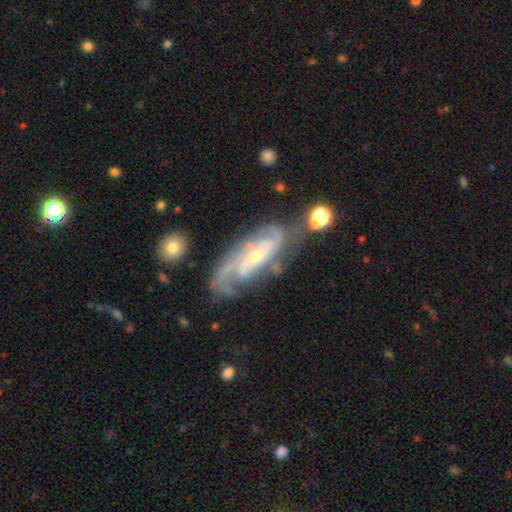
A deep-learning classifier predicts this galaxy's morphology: Overall: featured or disk (87%). Edge-on disk: no (91%). Bar: no (49%; weak 32%). Spiral arms: yes (96%). Spiral arm count: 2 (37%; can't tell 24%). Spiral winding: tight (45%; medium 41%). Bulge size: small (67%; moderate 29%). Merging: none (60%; minor disturbance 21%).